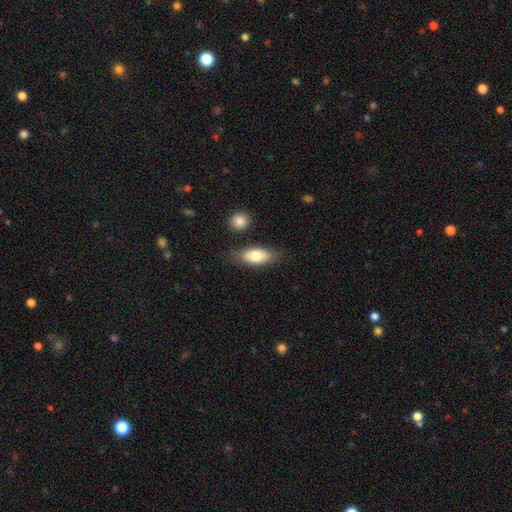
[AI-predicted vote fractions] This is likely a smooth galaxy (77%). How rounded: clearly in between (84%). Merging: likely none (77%).